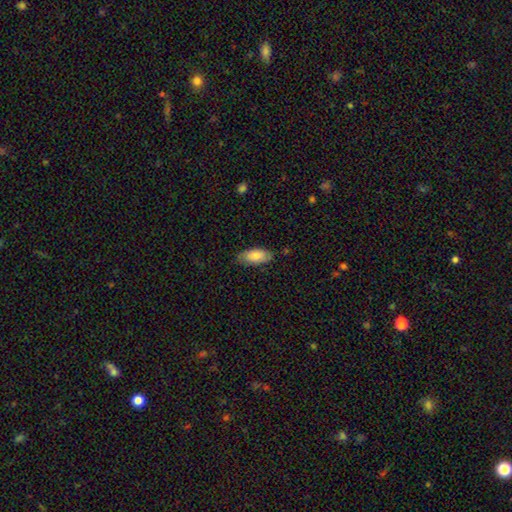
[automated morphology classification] type=smooth (82%); roundness=in between (91%); merging=none (78%).